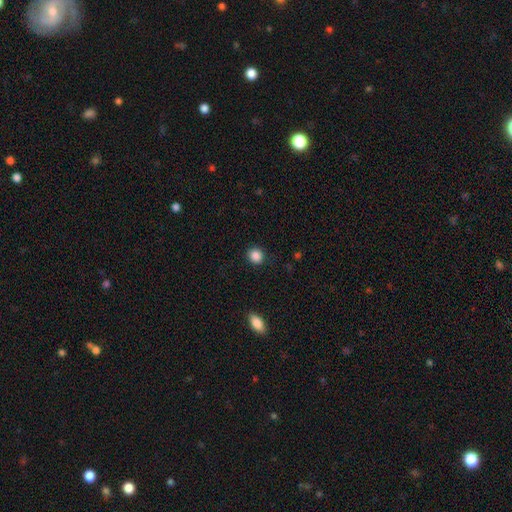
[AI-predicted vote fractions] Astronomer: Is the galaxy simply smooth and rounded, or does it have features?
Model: smooth — 87%.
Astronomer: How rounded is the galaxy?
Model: round — 88%.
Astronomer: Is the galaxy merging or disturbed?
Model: none — 90%.